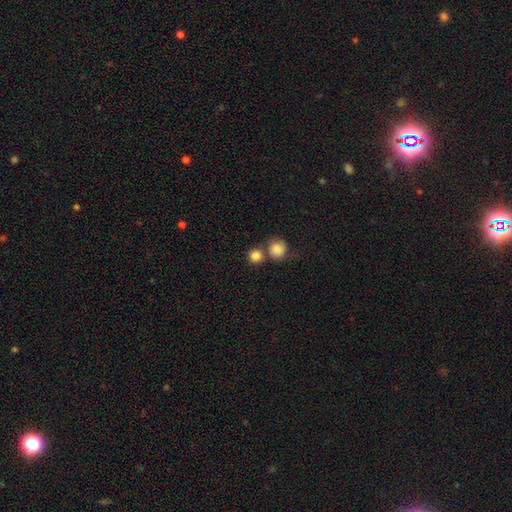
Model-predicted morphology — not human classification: A smooth galaxy with no disk features (85%) that is round (91%).

Vote fractions:
- Smooth or featured? smooth: 85% / star or artifact: 9% / featured or disk: 6%
- How rounded? round: 91% / in between: 8% / cigar-shaped: 1%
- Merging? none: 58% / merger: 32% / minor disturbance: 8% / major disturbance: 3%